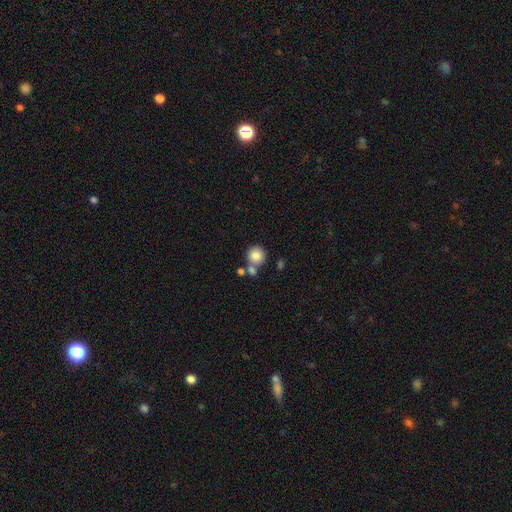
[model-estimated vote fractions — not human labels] Overall: smooth (81%). How rounded: round (92%). Merging: none (64%).